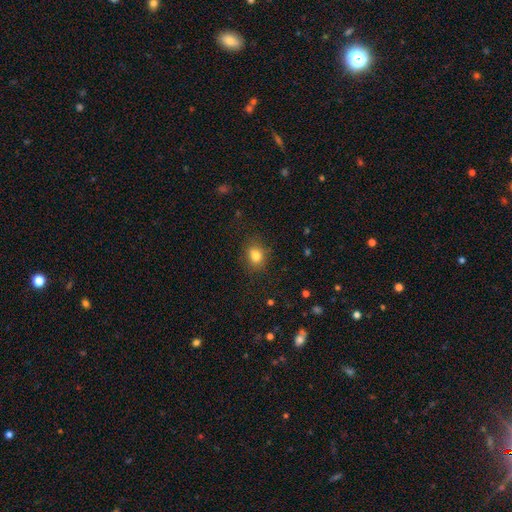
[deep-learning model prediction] Smooth or featured?
  - smooth: 82% *
  - star or artifact: 11%
  - featured or disk: 7%
How rounded?
  - in between: 50% *
  - round: 49%
  - cigar-shaped: 1%
Merging?
  - none: 81% *
  - minor disturbance: 13%
  - major disturbance: 4%
  - merger: 1%